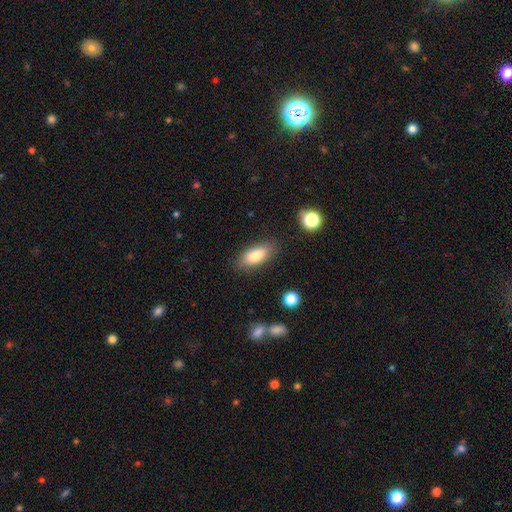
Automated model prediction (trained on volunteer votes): A smooth galaxy with no disk features (80%) that is in between round and cigar-shaped (78%). Merging: none (84%).